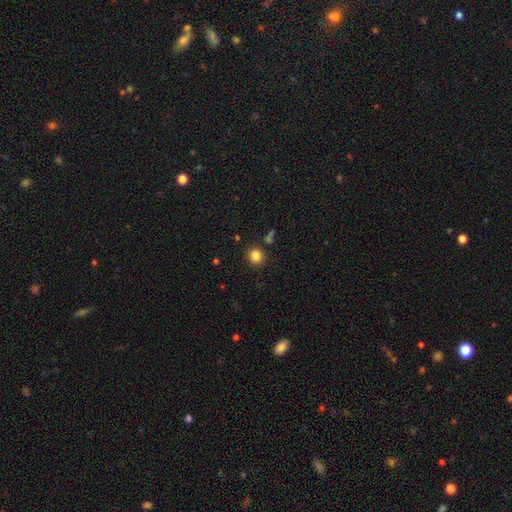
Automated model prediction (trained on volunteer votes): smooth_or_featured: smooth (p=0.84) [alt: star or artifact p=0.11]
how_rounded: round (p=0.88) [alt: in between p=0.11]
merging: none (p=0.87) [alt: minor disturbance p=0.07]